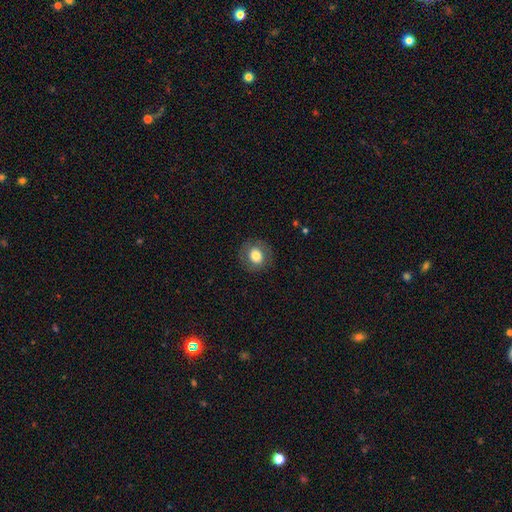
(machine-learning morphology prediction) Smooth or featured?
  - smooth: 74% *
  - featured or disk: 17%
  - star or artifact: 9%
How rounded?
  - round: 79% *
  - in between: 20%
  - cigar-shaped: 1%
Merging?
  - none: 85% *
  - minor disturbance: 10%
  - major disturbance: 4%
  - merger: 1%